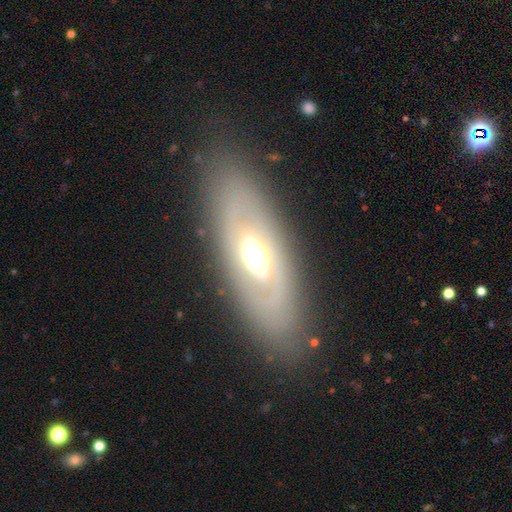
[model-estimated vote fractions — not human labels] Q: Smooth or featured?
A: featured or disk (64%); runner-up: smooth (29%)
Q: Edge-on disk?
A: no (81%); runner-up: yes (19%)
Q: Bar?
A: no (80%); runner-up: weak (14%)
Q: Spiral arms?
A: no (79%); runner-up: yes (21%)
Q: Bulge size?
A: moderate (55%); runner-up: large (33%)
Q: Merging?
A: none (82%); runner-up: minor disturbance (11%)